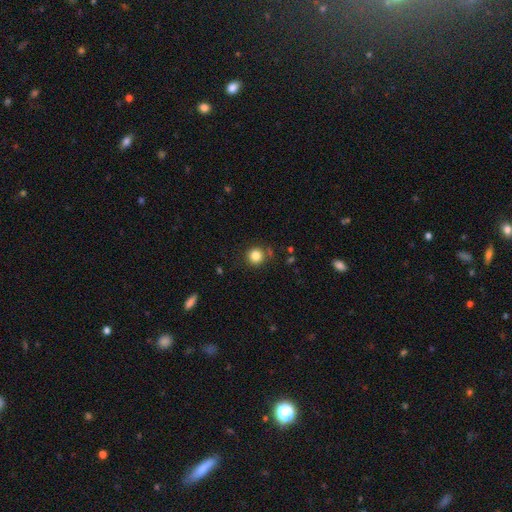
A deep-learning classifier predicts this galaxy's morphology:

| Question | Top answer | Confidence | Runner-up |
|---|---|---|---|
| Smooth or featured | smooth | 84% | star or artifact (12%) |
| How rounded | round | 93% | in between (6%) |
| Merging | none | 85% | minor disturbance (9%) |